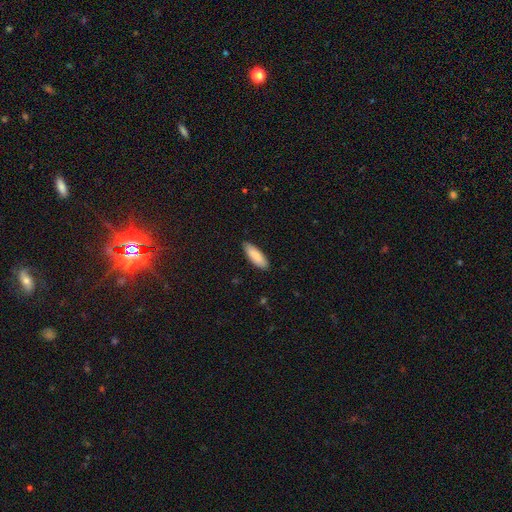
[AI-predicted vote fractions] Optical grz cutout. It shows a smooth galaxy with no disk features (88%) that is in between round and cigar-shaped (62%). Merging: none (85%).